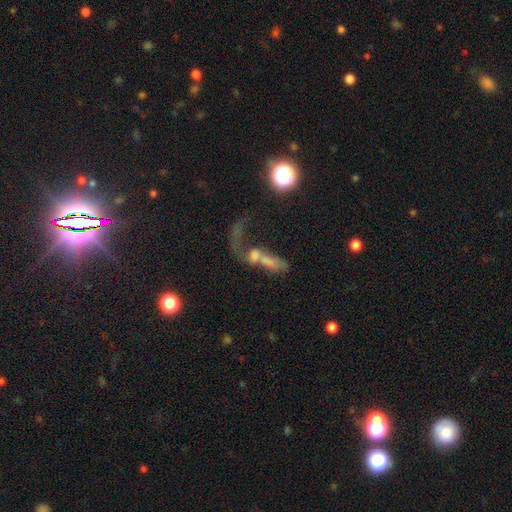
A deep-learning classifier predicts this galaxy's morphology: A featured or disk galaxy (42%). Merging: merger (61%).